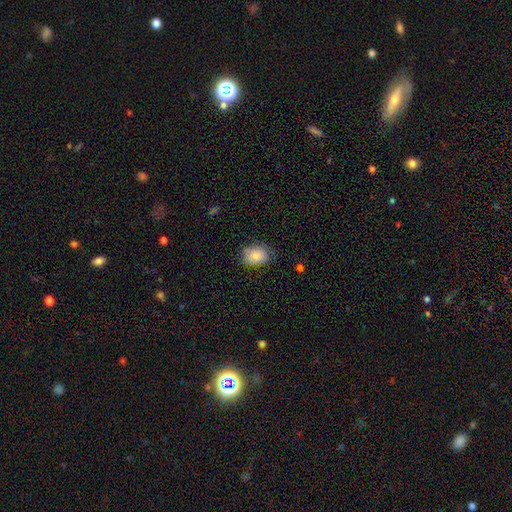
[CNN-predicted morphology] The model was most divided on "how rounded": in between: 69%, round: 30%, cigar-shaped: 1%. More confident: smooth or featured — smooth (85%); merging — none (72%).